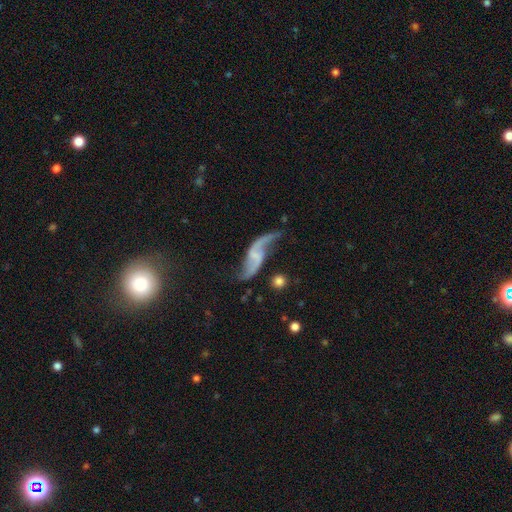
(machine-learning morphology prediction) smooth_or_featured: featured or disk (p=0.85) [alt: smooth p=0.09]
disk_edge_on: no (p=0.95) [alt: yes p=0.05]
bar: no (p=0.43) [alt: weak p=0.39]
has_spiral_arms: yes (p=0.94) [alt: no p=0.06]
spiral_winding: loose (p=0.89) [alt: medium p=0.08]
spiral_arm_count: 2 (p=0.91) [alt: 1 p=0.04]
bulge_size: none (p=0.54) [alt: small p=0.35]
merging: none (p=0.59) [alt: minor disturbance p=0.20]